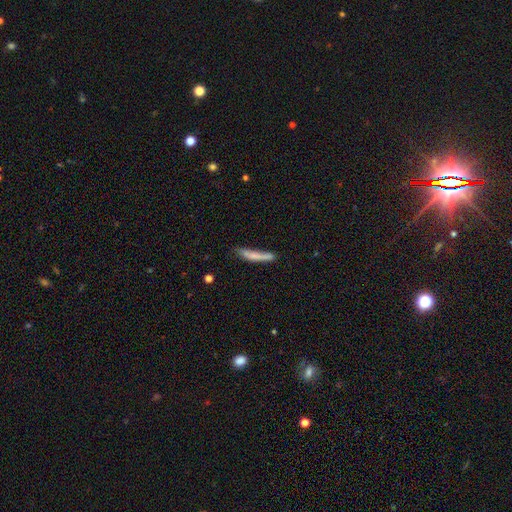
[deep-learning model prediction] Smooth or featured: smooth — 67% (featured or disk — 26%)
How rounded: cigar-shaped — 91% (in between — 7%)
Merging: none — 55% (minor disturbance — 27%)